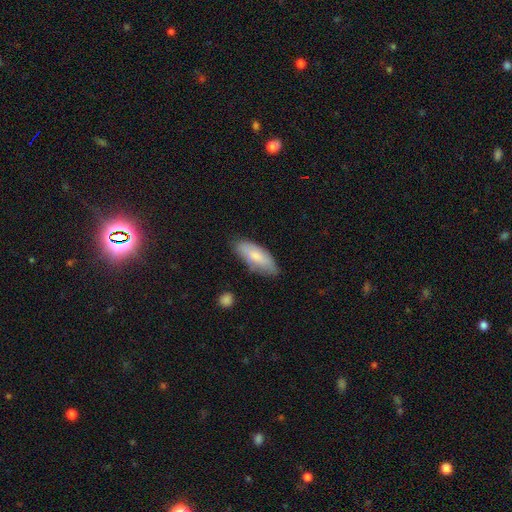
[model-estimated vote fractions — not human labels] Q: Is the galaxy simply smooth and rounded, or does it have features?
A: smooth — 76%.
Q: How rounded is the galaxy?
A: in between — 76%.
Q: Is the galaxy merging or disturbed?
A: none — 73%.